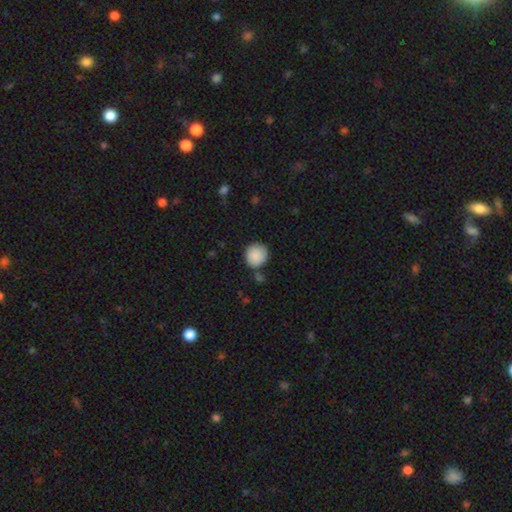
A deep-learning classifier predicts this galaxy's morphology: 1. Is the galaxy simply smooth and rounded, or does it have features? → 89% smooth, 7% star or artifact, 4% featured or disk.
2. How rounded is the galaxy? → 90% round, 10% in between, 1% cigar-shaped.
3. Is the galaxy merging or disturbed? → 77% none, 14% minor disturbance, 6% merger, 3% major disturbance.